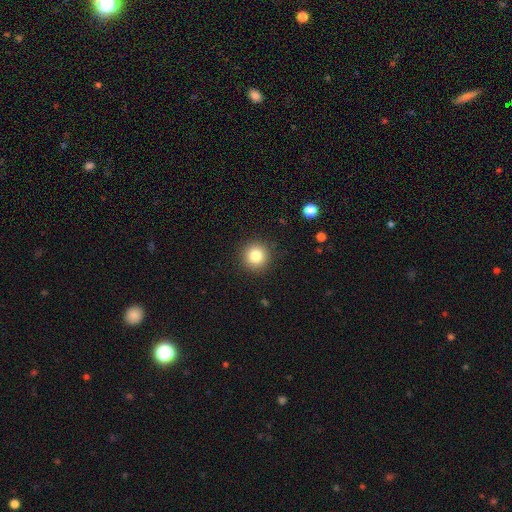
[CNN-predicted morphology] Overall: smooth (82%). How rounded: round (95%). Merging: none (91%).